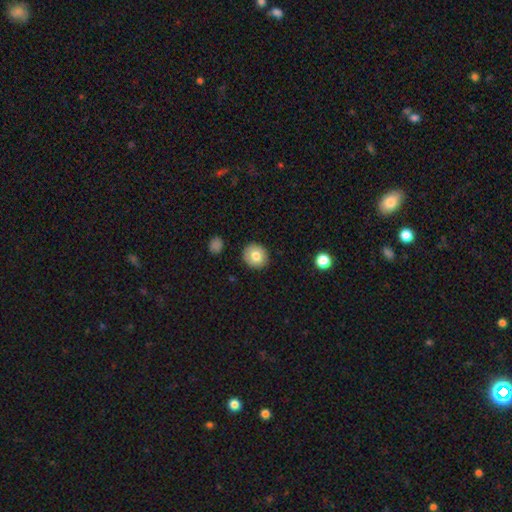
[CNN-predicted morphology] smooth_or_featured: smooth (p=0.78) [alt: featured or disk p=0.14]
how_rounded: round (p=0.86) [alt: in between p=0.13]
merging: none (p=0.90) [alt: minor disturbance p=0.07]